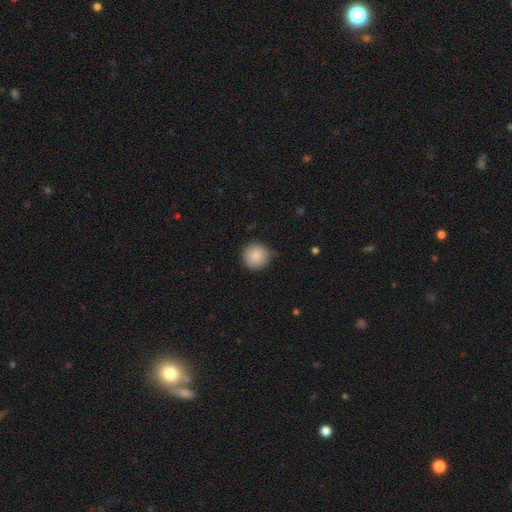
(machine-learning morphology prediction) type=smooth (88%); roundness=round (95%); merging=none (83%).